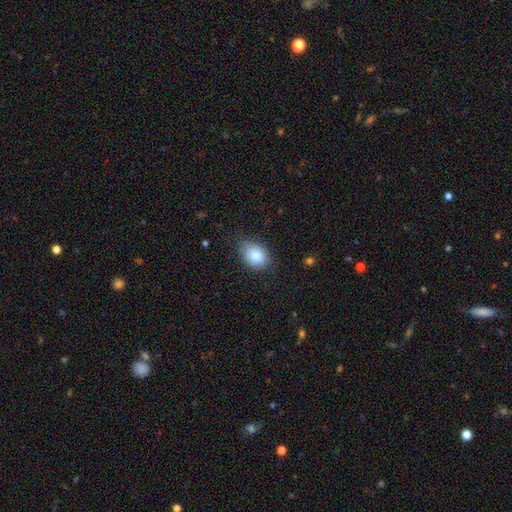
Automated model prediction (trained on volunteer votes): smooth 84%, star or artifact 8%, featured or disk 7%. Down the decision tree: how rounded — in between (76%); merging — none (72%).